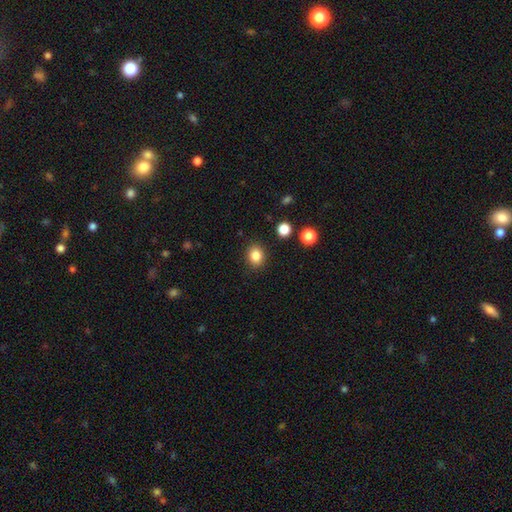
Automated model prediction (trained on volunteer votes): A smooth galaxy with no disk features (85%) that is round (64%). Merging: none (89%).